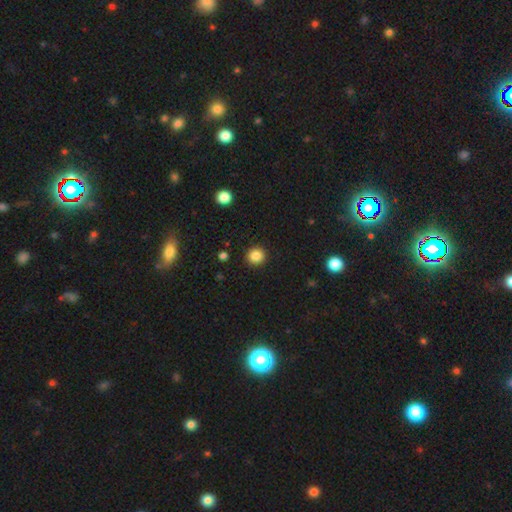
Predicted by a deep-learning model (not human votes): smooth_or_featured: smooth (p=0.85) [alt: star or artifact p=0.11]
how_rounded: round (p=0.93) [alt: in between p=0.06]
merging: none (p=0.92) [alt: minor disturbance p=0.05]